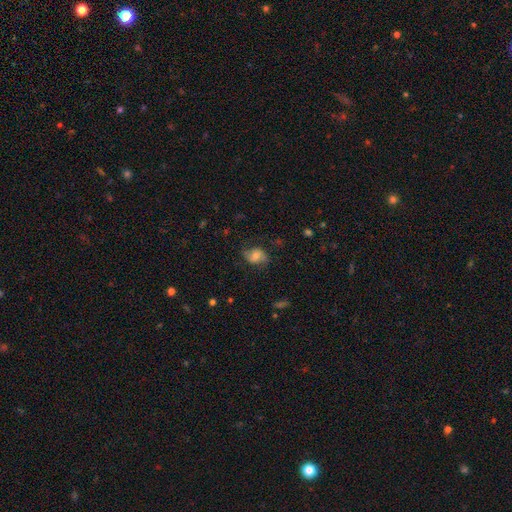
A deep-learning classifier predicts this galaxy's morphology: This is possibly a smooth galaxy (53%). How rounded: likely in between (66%). Merging: likely none (67%).